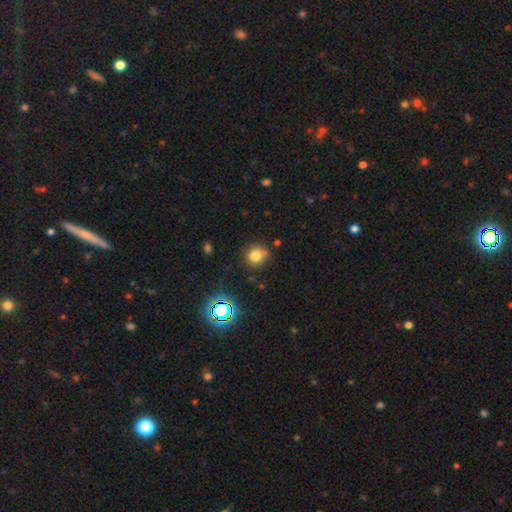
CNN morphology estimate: smooth 76%, star or artifact 16%, featured or disk 8%. Down the decision tree: how rounded — round (85%); merging — none (72%).